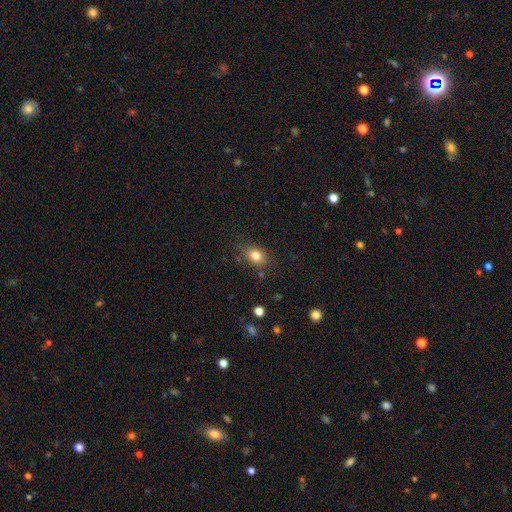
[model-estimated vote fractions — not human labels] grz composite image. It shows a smooth galaxy with no disk features (81%) that is in between round and cigar-shaped (52%). Merging: none (79%).